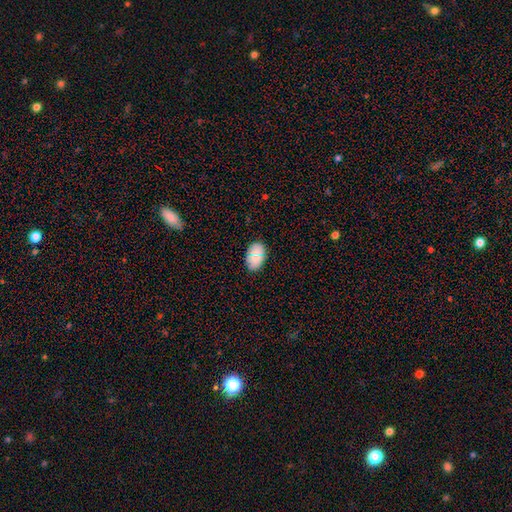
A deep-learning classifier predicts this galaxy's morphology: Overall: smooth (83%). How rounded: in between (91%). Merging: none (85%).